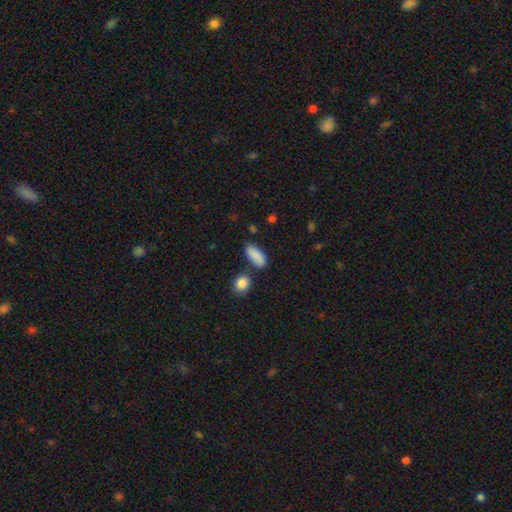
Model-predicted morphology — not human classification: The model was most divided on "merging": none: 71%, minor disturbance: 15%, merger: 10%, major disturbance: 4%. More confident: smooth or featured — smooth (87%); how rounded — in between (79%).